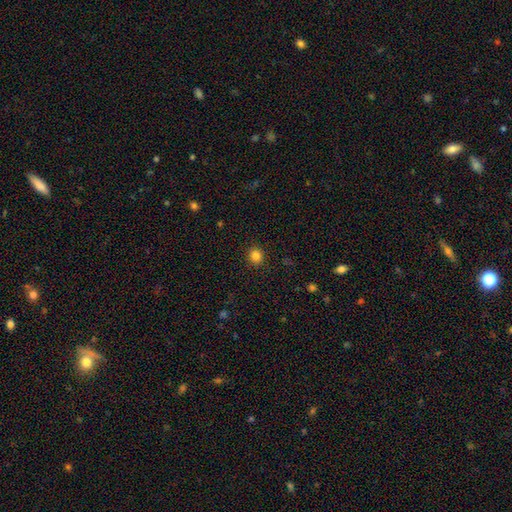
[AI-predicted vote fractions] A smooth galaxy with no disk features (83%) that is round (86%).

Vote fractions:
- Smooth or featured? smooth: 83% / star or artifact: 12% / featured or disk: 4%
- How rounded? round: 86% / in between: 13% / cigar-shaped: 1%
- Merging? none: 92% / minor disturbance: 6% / major disturbance: 2% / merger: 1%